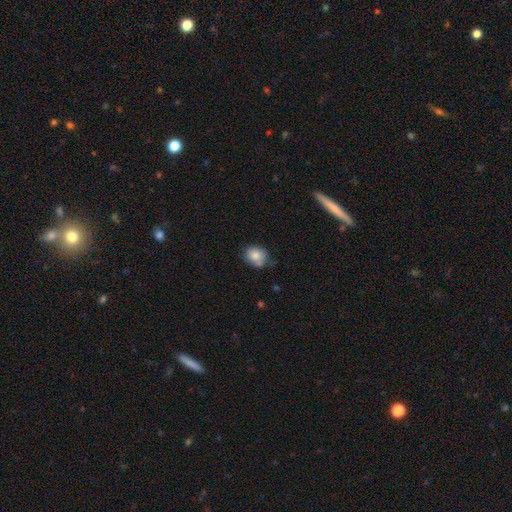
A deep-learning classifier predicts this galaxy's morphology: Smooth or featured? Predicted: smooth (p=0.83). How rounded? Predicted: round (p=0.55). Merging? Predicted: none (p=0.62).